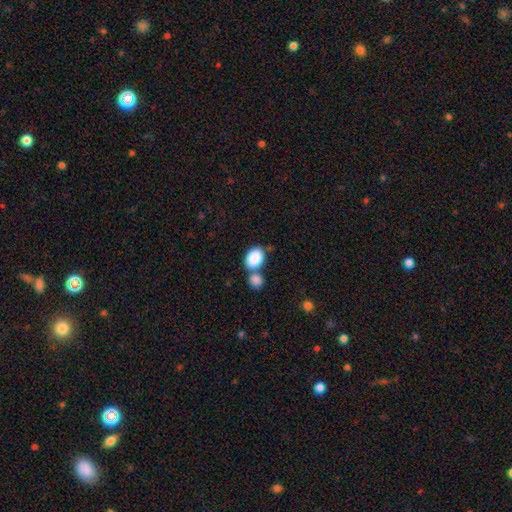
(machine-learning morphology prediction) A smooth galaxy with no disk features (88%) that is in between round and cigar-shaped (81%). Merging: none (48%).